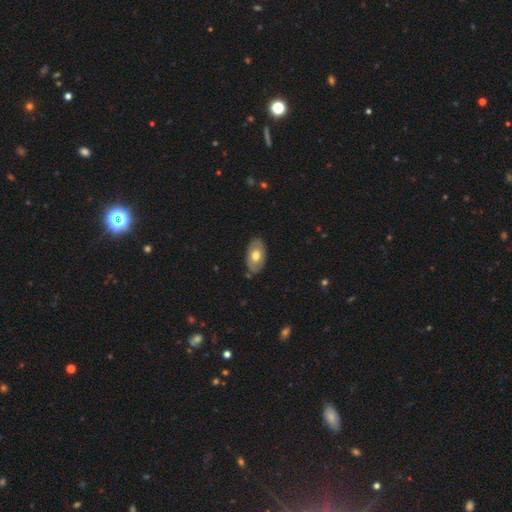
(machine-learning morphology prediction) smooth 54%, featured or disk 41%, star or artifact 5%. Down the decision tree: how rounded — in between (92%); merging — none (81%).